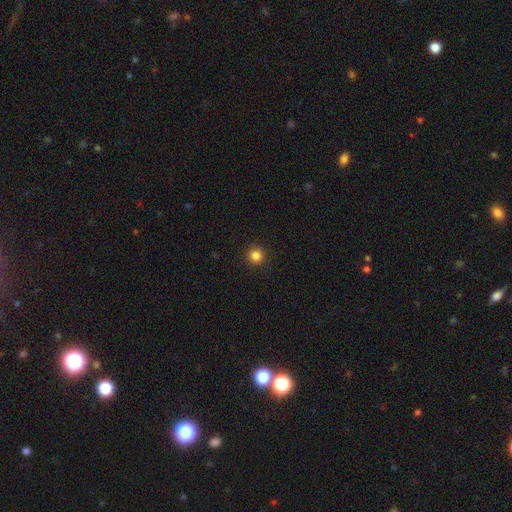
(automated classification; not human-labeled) A smooth galaxy with no disk features (83%) that is round (96%).

Vote fractions:
- Smooth or featured? smooth: 83% / star or artifact: 13% / featured or disk: 4%
- How rounded? round: 96% / in between: 3% / cigar-shaped: 1%
- Merging? none: 93% / minor disturbance: 5% / major disturbance: 2% / merger: 1%